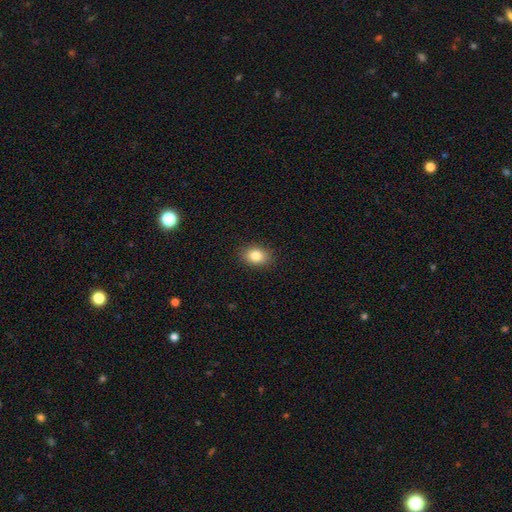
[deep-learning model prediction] smooth_or_featured: smooth (p=0.84) [alt: star or artifact p=0.09]
how_rounded: in between (p=0.72) [alt: round p=0.27]
merging: none (p=0.89) [alt: minor disturbance p=0.08]